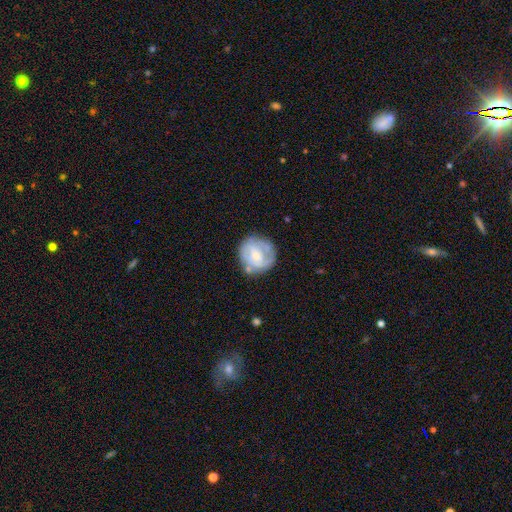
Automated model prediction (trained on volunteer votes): A featured or disk galaxy (65%) with no bar (55%), spiral arms (73%) and a small central bulge (54%).

Vote fractions:
- Smooth or featured? featured or disk: 65% / smooth: 29% / star or artifact: 6%
- Edge-on disk? no: 98% / yes: 2%
- Bar? no: 55% / weak: 37% / strong: 8%
- Spiral arms? yes: 73% / no: 27%
- Bulge size? small: 54% / moderate: 35% / none: 7% / large: 3% / dominant: 1%
- Merging? none: 68% / minor disturbance: 20% / major disturbance: 9% / merger: 4%